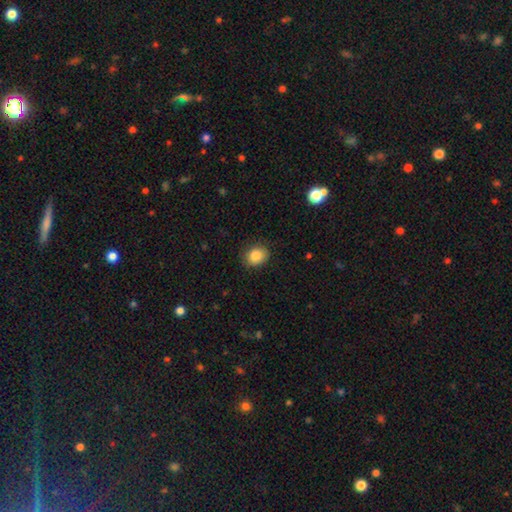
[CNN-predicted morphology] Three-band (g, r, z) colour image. It shows a smooth galaxy with no disk features (86%) that is in between round and cigar-shaped (50%, tied with round). Merging: none (82%).